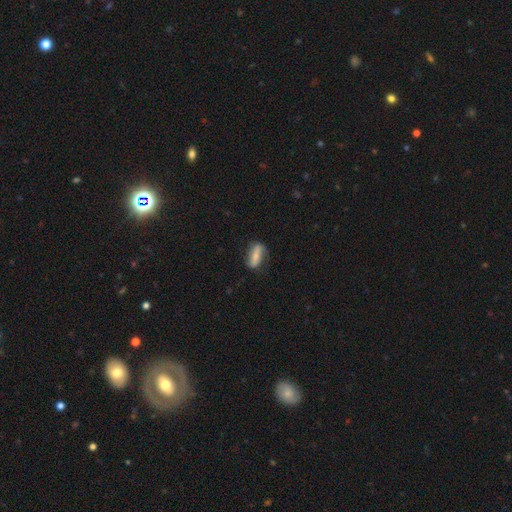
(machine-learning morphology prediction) smooth-or-featured: featured or disk: 47% | smooth: 46% | star or artifact: 8%
  merging: none: 73% | minor disturbance: 20% | major disturbance: 6% | merger: 2%